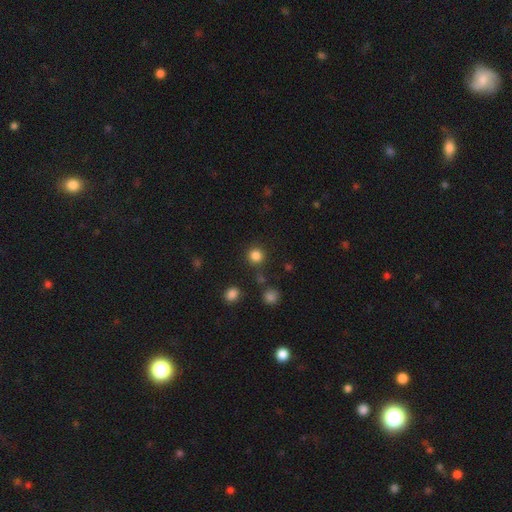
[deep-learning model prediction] Smooth or featured?
  - smooth: 83% *
  - star or artifact: 13%
  - featured or disk: 4%
How rounded?
  - round: 93% *
  - in between: 6%
  - cigar-shaped: 1%
Merging?
  - none: 86% *
  - minor disturbance: 7%
  - merger: 4%
  - major disturbance: 3%